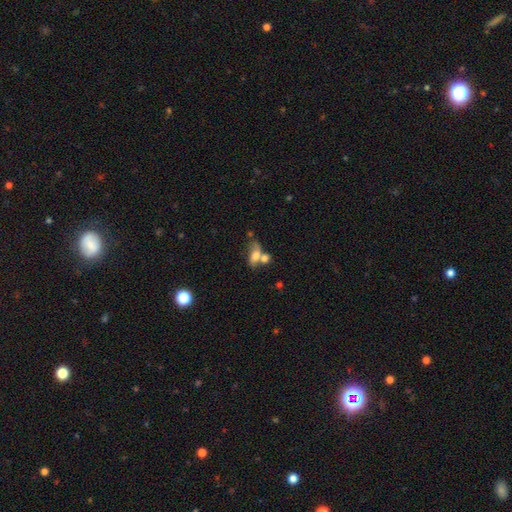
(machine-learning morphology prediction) smooth_or_featured: smooth (p=0.62) [alt: featured or disk p=0.28]
how_rounded: in between (p=0.76) [alt: round p=0.13]
merging: merger (p=0.47) [alt: none p=0.30]